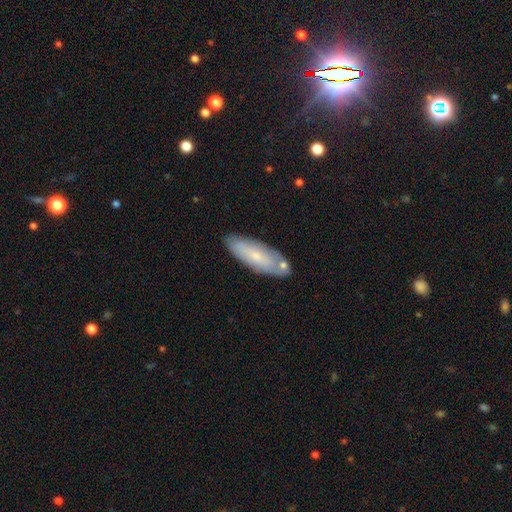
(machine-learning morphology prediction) This appears to be a smooth galaxy with no disk features (57%) that is in between round and cigar-shaped (57%). Merging: none (72%).